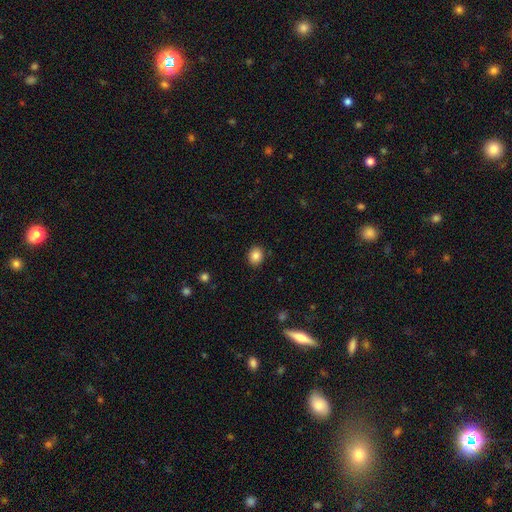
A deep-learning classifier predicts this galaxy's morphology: Smooth or featured? smooth (85%)
How rounded? round (63%)
Merging? none (89%)